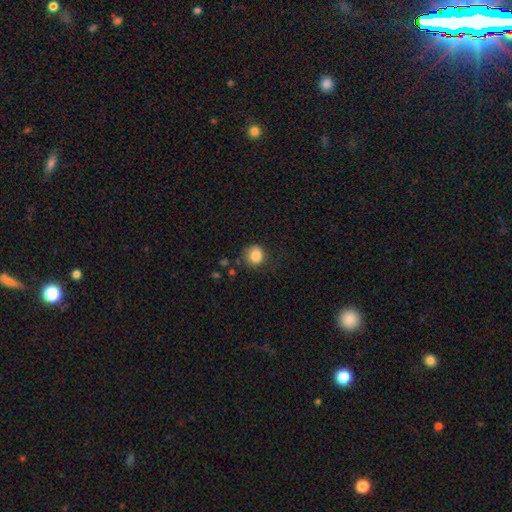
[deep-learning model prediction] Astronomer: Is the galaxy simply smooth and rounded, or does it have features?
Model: smooth — 85%.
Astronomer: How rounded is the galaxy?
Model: round — 87%.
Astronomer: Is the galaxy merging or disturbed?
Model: none — 72%.